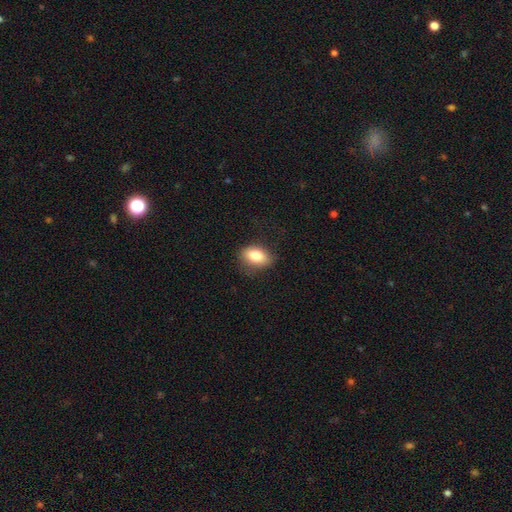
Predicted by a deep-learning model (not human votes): Smooth or featured?
  - smooth: 80% *
  - featured or disk: 11%
  - star or artifact: 8%
How rounded?
  - in between: 83% *
  - round: 14%
  - cigar-shaped: 2%
Merging?
  - none: 77% *
  - minor disturbance: 17%
  - major disturbance: 5%
  - merger: 1%